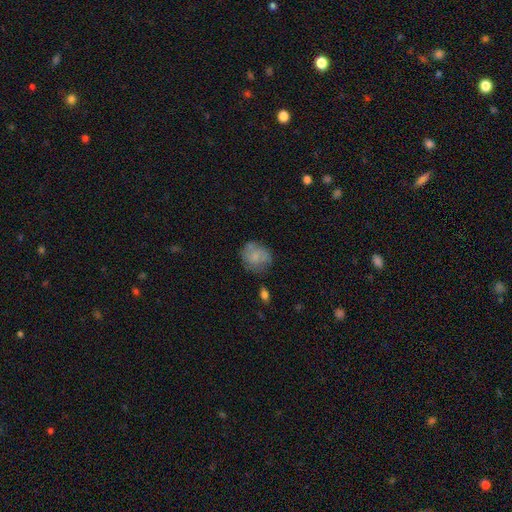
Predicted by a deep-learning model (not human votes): Overall: smooth (59%; featured or disk 32%). How rounded: round (73%). Merging: none (61%; minor disturbance 24%).